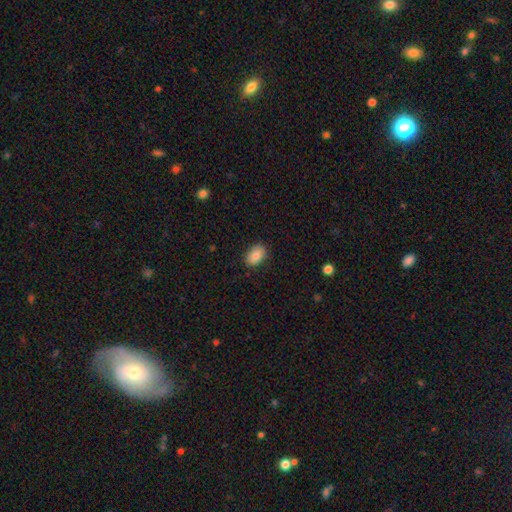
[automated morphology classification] smooth 83%, featured or disk 9%, star or artifact 8%. Down the decision tree: how rounded — in between (81%); merging — none (84%).